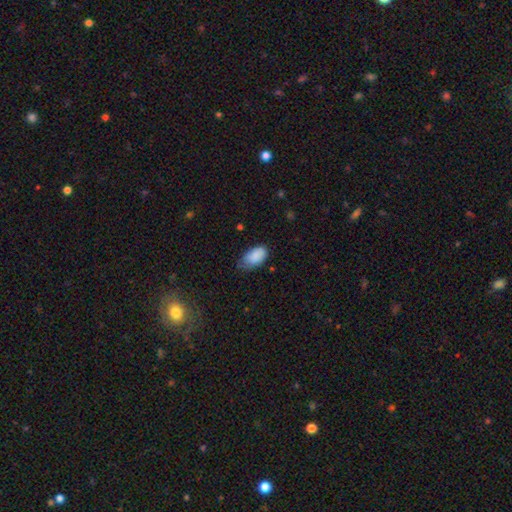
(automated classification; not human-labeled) Smooth or featured: smooth — 88% (star or artifact — 7%)
How rounded: in between — 94% (round — 4%)
Merging: none — 52% (minor disturbance — 39%)